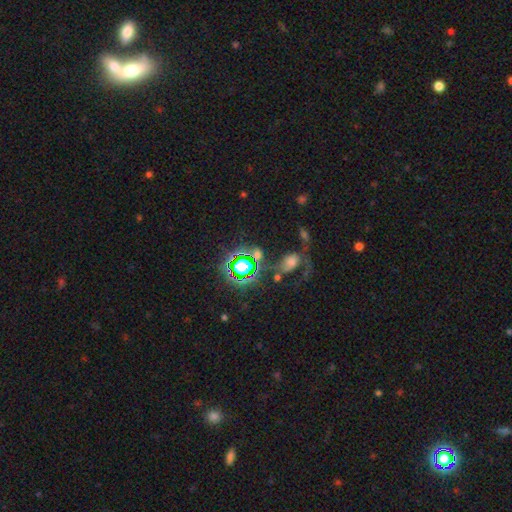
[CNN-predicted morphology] The model was most divided on "smooth or featured": star or artifact: 62%, smooth: 20%, featured or disk: 18%.